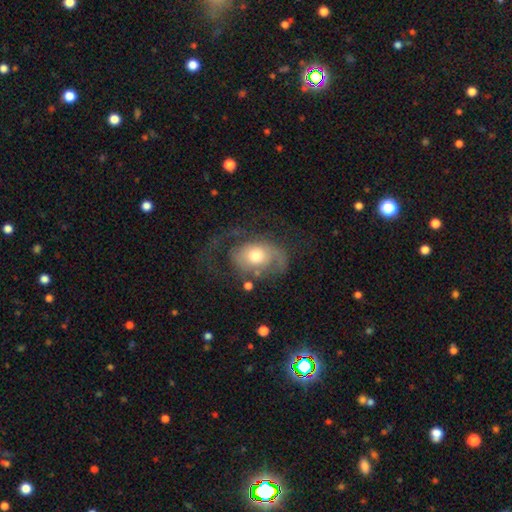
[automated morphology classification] Smooth or featured?
  - featured or disk: 60% *
  - smooth: 33%
  - star or artifact: 7%
Edge-on disk?
  - no: 96% *
  - yes: 4%
Bar?
  - no: 78% *
  - weak: 18%
  - strong: 4%
Spiral arms?
  - yes: 74% *
  - no: 26%
Bulge size?
  - moderate: 68% *
  - small: 16%
  - large: 13%
  - dominant: 2%
  - none: 1%
Merging?
  - major disturbance: 44% *
  - none: 33%
  - minor disturbance: 19%
  - merger: 4%